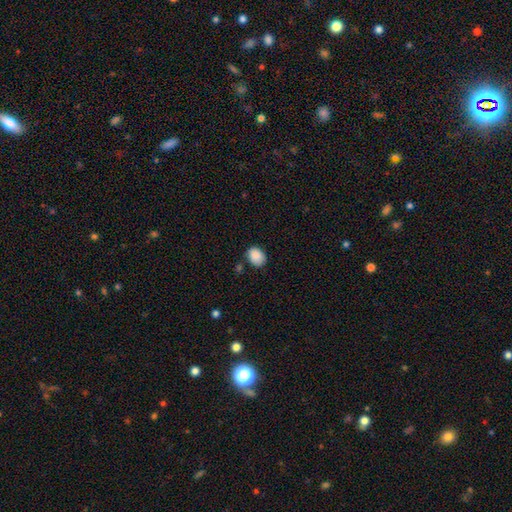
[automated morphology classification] A smooth galaxy with no disk features (88%) that is in between round and cigar-shaped (62%).

Vote fractions:
- Smooth or featured? smooth: 88% / star or artifact: 8% / featured or disk: 4%
- How rounded? in between: 62% / round: 37% / cigar-shaped: 1%
- Merging? none: 72% / minor disturbance: 20% / merger: 5% / major disturbance: 4%